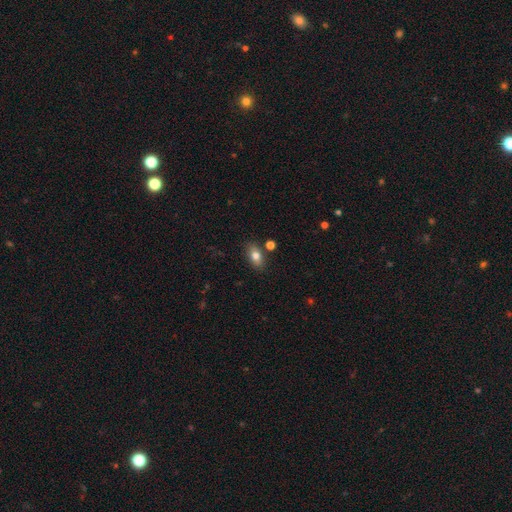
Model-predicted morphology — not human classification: smooth-or-featured: smooth: 79% | featured or disk: 12% | star or artifact: 9%
  how-rounded: in between: 87% | round: 9% | cigar-shaped: 4%
  merging: none: 81% | minor disturbance: 11% | merger: 5% | major disturbance: 3%